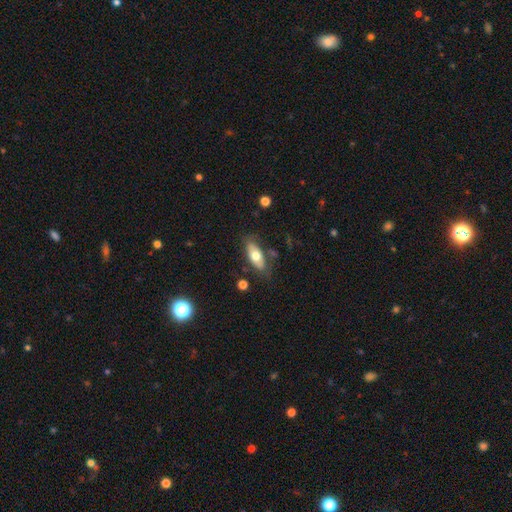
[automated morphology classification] type=smooth (62%); roundness=in between (82%); merging=none (71%).